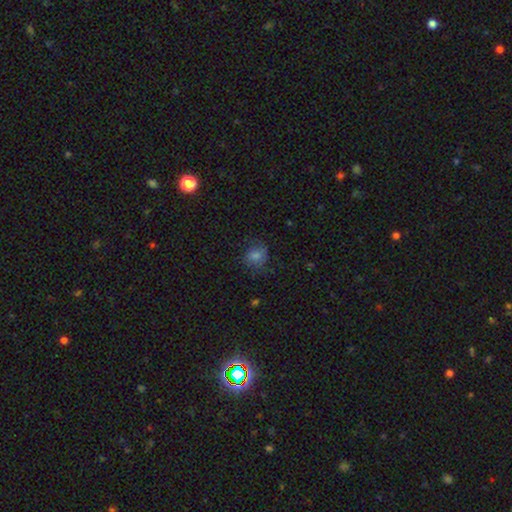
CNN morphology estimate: smooth-or-featured: smooth: 62% | star or artifact: 19% | featured or disk: 19%
  how-rounded: round: 69% | in between: 30% | cigar-shaped: 1%
  merging: none: 71% | minor disturbance: 20% | major disturbance: 8% | merger: 1%